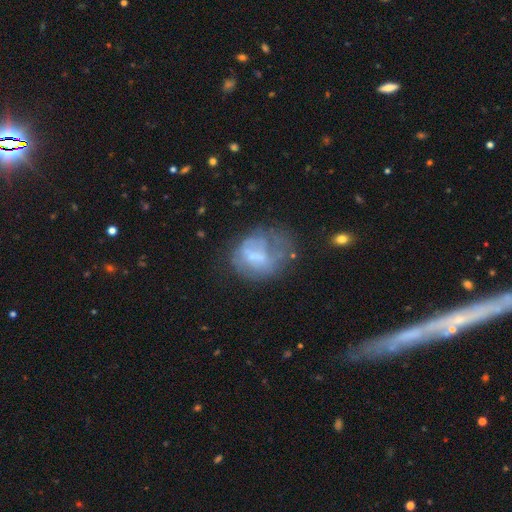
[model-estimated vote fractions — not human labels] smooth_or_featured: featured or disk (p=0.46) [alt: smooth p=0.42]
merging: major disturbance (p=0.35) [alt: none p=0.34]